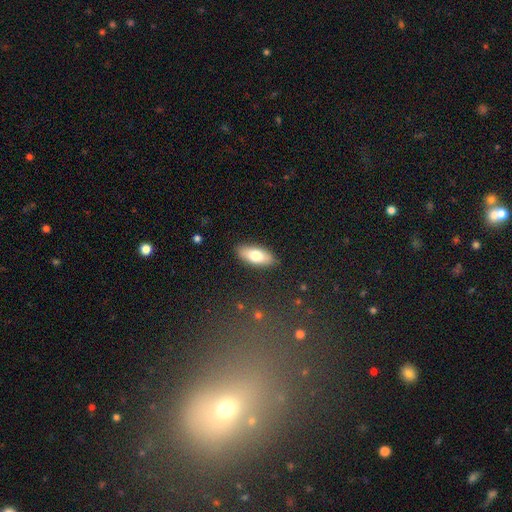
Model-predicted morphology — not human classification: smooth_or_featured: smooth (p=0.73) [alt: featured or disk p=0.21]
how_rounded: in between (p=0.81) [alt: cigar-shaped p=0.16]
merging: none (p=0.88) [alt: minor disturbance p=0.09]